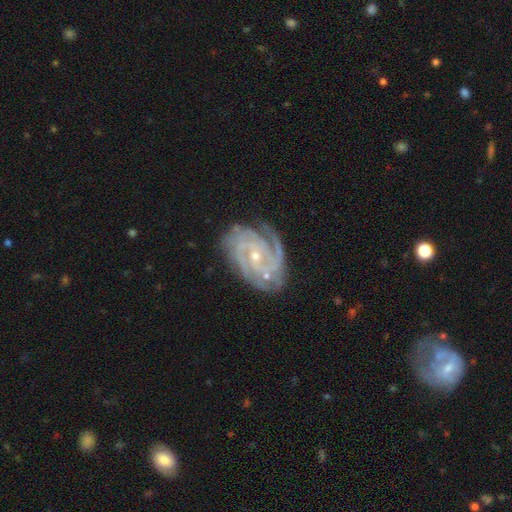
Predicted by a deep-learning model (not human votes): Morphology: type=featured or disk (90%); edge-on=no (97%); bar=no (58%); spiral arms=yes (98%); winding=tight (73%); arm count=3 (29%); bulge=small (73%); merging=none (73%).